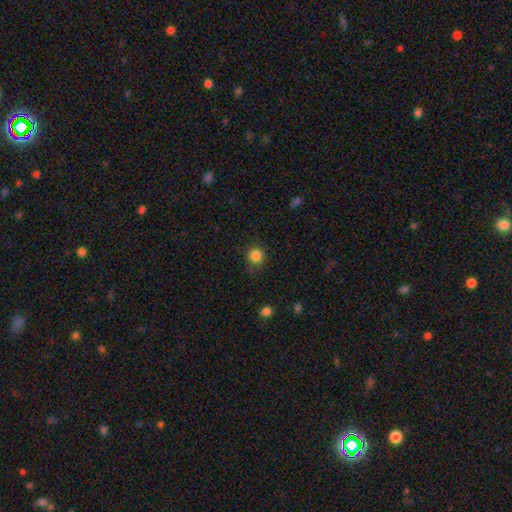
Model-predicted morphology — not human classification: Overall: smooth (85%). How rounded: round (92%). Merging: none (80%).